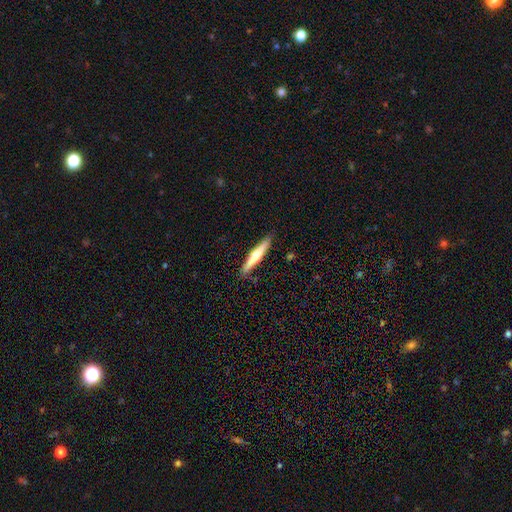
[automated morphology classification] This appears to be a featured or disk galaxy (50%). Merging: none (88%).